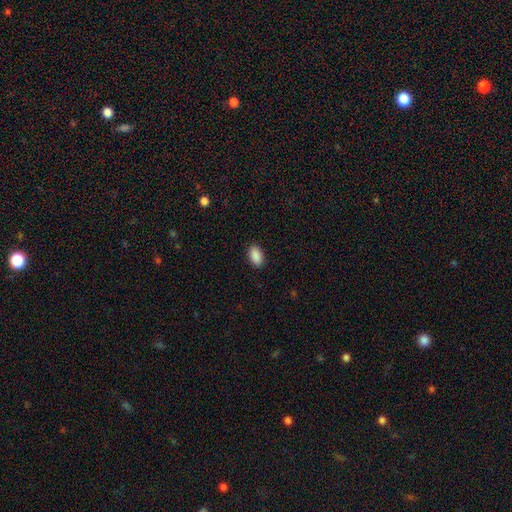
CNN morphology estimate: Smooth or featured? Predicted: smooth (p=0.90). How rounded? Predicted: in between (p=0.93). Merging? Predicted: none (p=0.89).